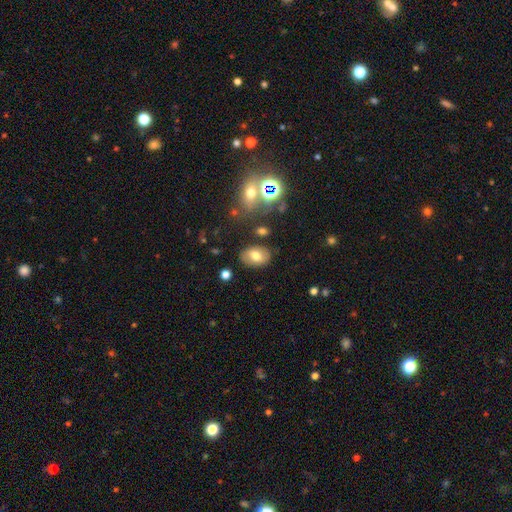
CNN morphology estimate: Smooth or featured? Predicted: smooth (p=0.70). How rounded? Predicted: in between (p=0.84). Merging? Predicted: none (p=0.80).